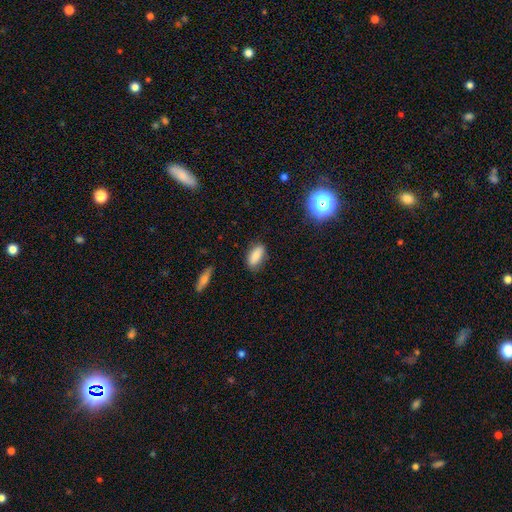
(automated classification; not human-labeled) The model was most divided on "merging": none: 81%, minor disturbance: 15%, major disturbance: 3%, merger: 2%. More confident: how rounded — in between (87%); smooth or featured — smooth (85%).